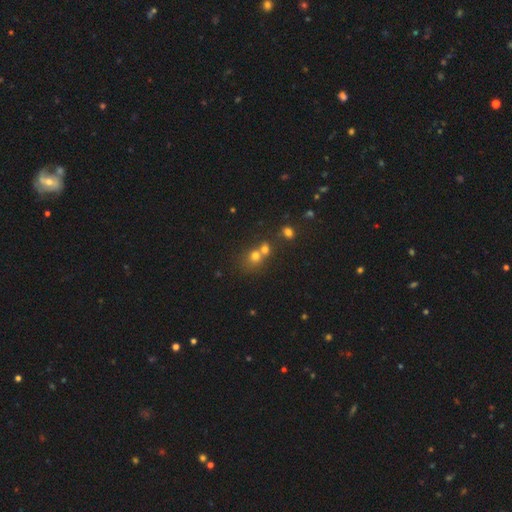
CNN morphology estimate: Smooth or featured?
  - smooth: 66% *
  - star or artifact: 21%
  - featured or disk: 13%
How rounded?
  - round: 76% *
  - in between: 23%
  - cigar-shaped: 1%
Merging?
  - merger: 54% *
  - none: 36%
  - minor disturbance: 7%
  - major disturbance: 3%